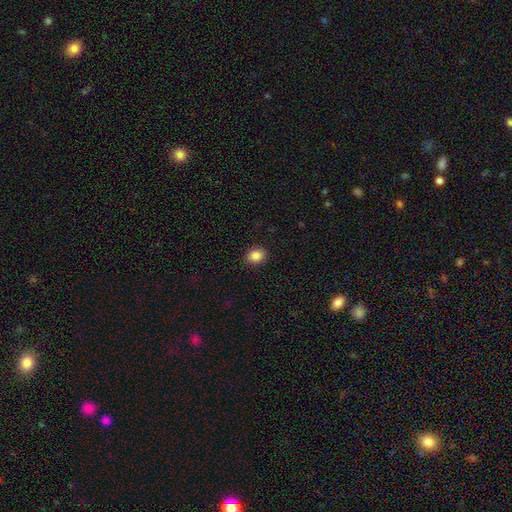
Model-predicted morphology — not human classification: smooth-or-featured: smooth: 87% | star or artifact: 9% | featured or disk: 4%
  how-rounded: round: 52% | in between: 47% | cigar-shaped: 1%
  merging: none: 90% | minor disturbance: 7% | major disturbance: 2% | merger: 1%